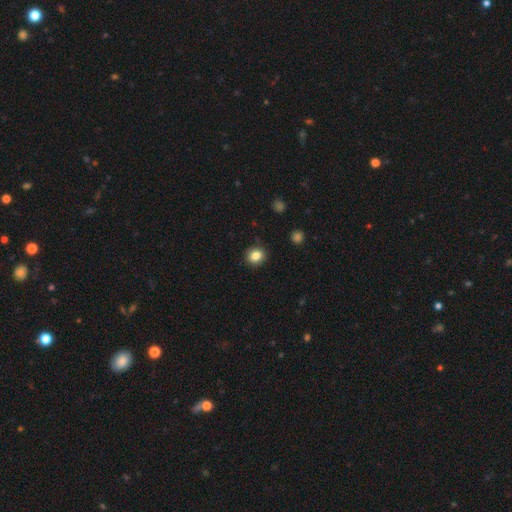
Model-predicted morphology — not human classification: The model was most divided on "how rounded": round: 75%, in between: 25%, cigar-shaped: 1%. More confident: merging — none (89%); smooth or featured — smooth (83%).